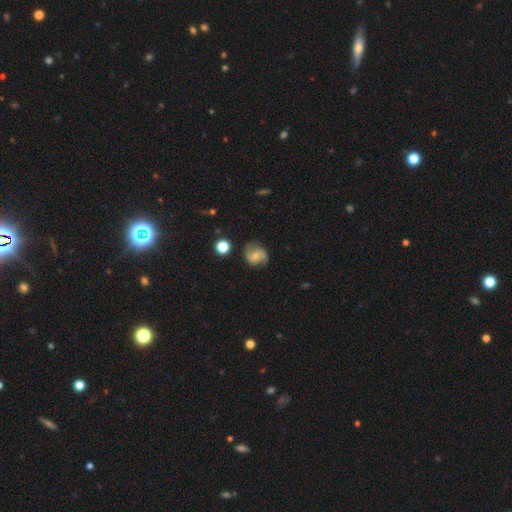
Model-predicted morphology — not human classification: Smooth or featured: featured or disk — 63% (smooth — 28%)
Edge-on disk: no — 97% (yes — 3%)
Bar: no — 58% (weak — 33%)
Spiral arms: yes — 91% (no — 9%)
Spiral winding: medium — 45% (loose — 34%)
Spiral arm count: 2 — 85% (can't tell — 7%)
Bulge size: small — 56% (moderate — 36%)
Merging: none — 73% (minor disturbance — 18%)